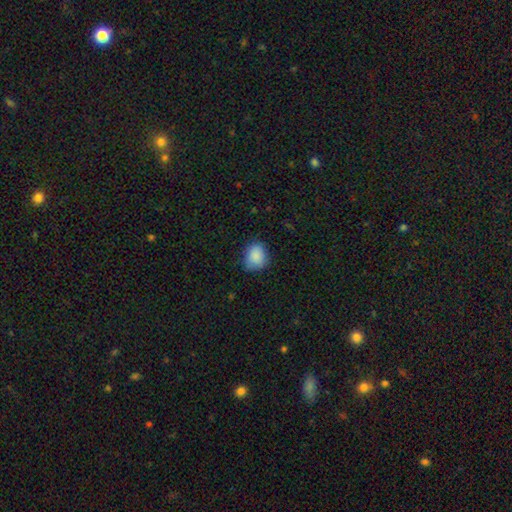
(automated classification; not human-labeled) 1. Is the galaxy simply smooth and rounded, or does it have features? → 88% smooth, 8% star or artifact, 5% featured or disk.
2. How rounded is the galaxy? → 58% round, 41% in between, 1% cigar-shaped.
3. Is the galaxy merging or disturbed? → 76% none, 19% minor disturbance, 4% major disturbance, 1% merger.